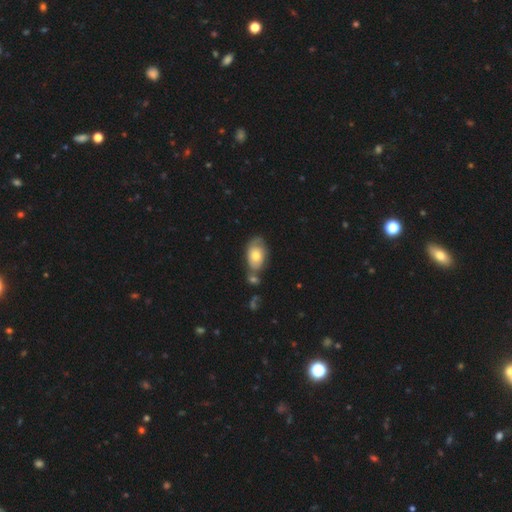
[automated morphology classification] type=smooth (61%); roundness=in between (88%); merging=none (45%).